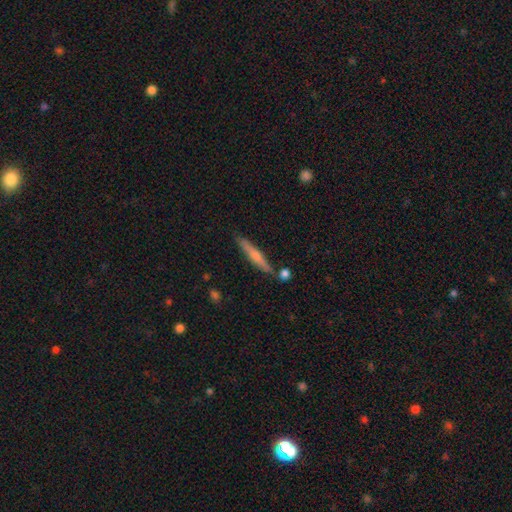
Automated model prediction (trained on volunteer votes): This is possibly a smooth galaxy (47%, tied with featured or disk). Merging: clearly none (81%).